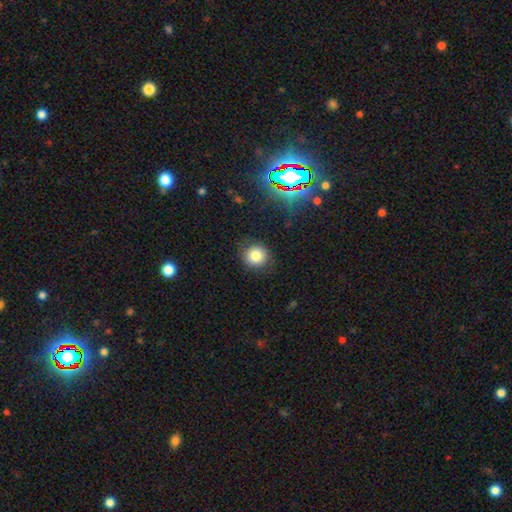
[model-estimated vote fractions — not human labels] Smooth or featured? smooth (80%)
How rounded? round (91%)
Merging? none (87%)